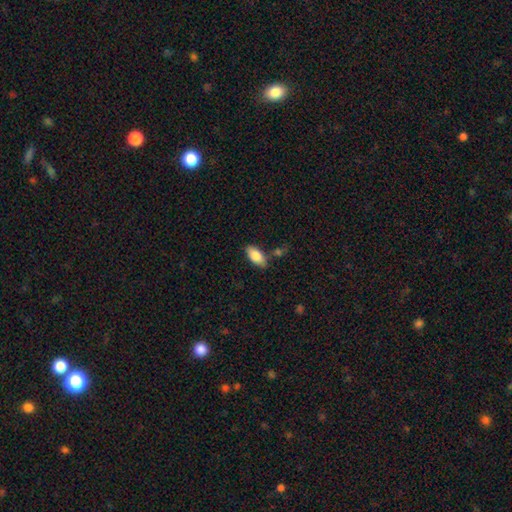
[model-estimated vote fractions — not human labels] Smooth or featured? Predicted: smooth (p=0.84). How rounded? Predicted: in between (p=0.90). Merging? Predicted: none (p=0.78).